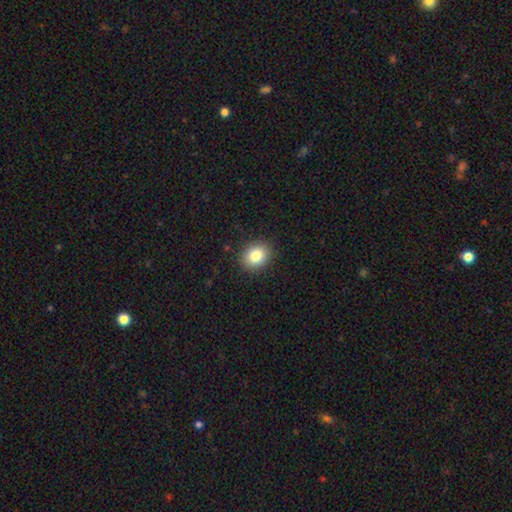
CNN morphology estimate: Smooth or featured?
  - smooth: 84% *
  - star or artifact: 9%
  - featured or disk: 7%
How rounded?
  - in between: 52% *
  - round: 47%
  - cigar-shaped: 1%
Merging?
  - none: 88% *
  - minor disturbance: 8%
  - major disturbance: 2%
  - merger: 1%